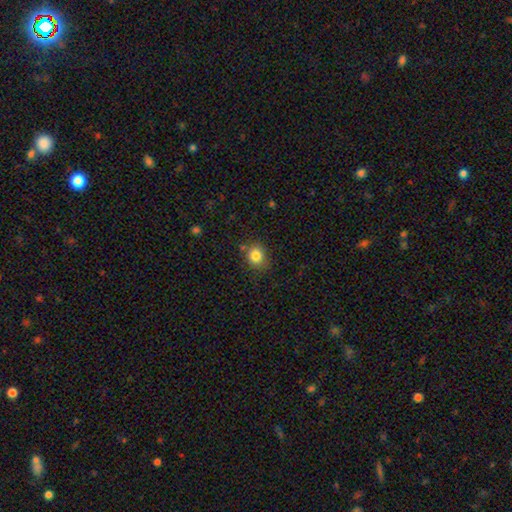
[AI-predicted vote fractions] Morphology: type=smooth (83%); roundness=round (74%); merging=none (81%).